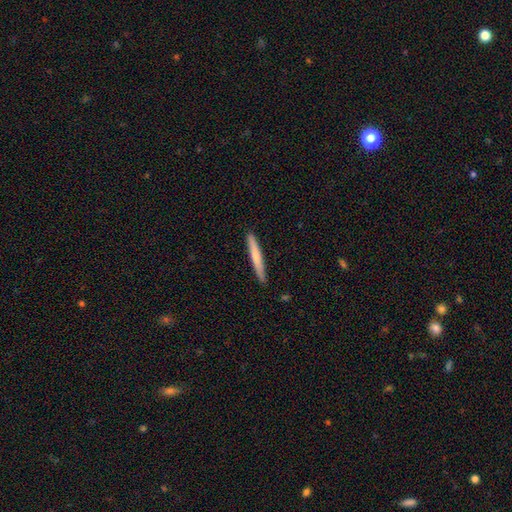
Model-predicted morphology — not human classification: smooth 68%, featured or disk 27%, star or artifact 5%. Down the decision tree: how rounded — cigar-shaped (96%); merging — none (89%).